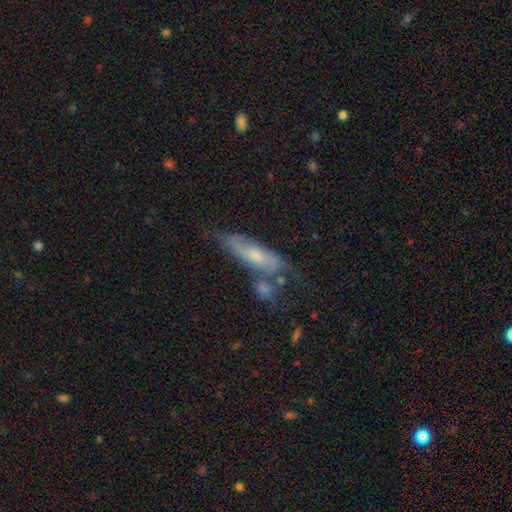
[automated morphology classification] The model was most divided on "smooth or featured": featured or disk: 52%, smooth: 40%, star or artifact: 8%. Remaining: edge-on disk — no (65%); merging — none (47%).